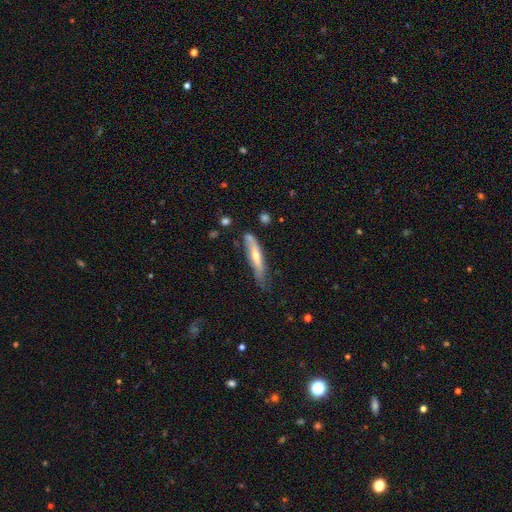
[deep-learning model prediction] Q: Smooth or featured?
A: featured or disk (49%); runner-up: smooth (46%)
Q: Merging?
A: none (55%); runner-up: minor disturbance (32%)